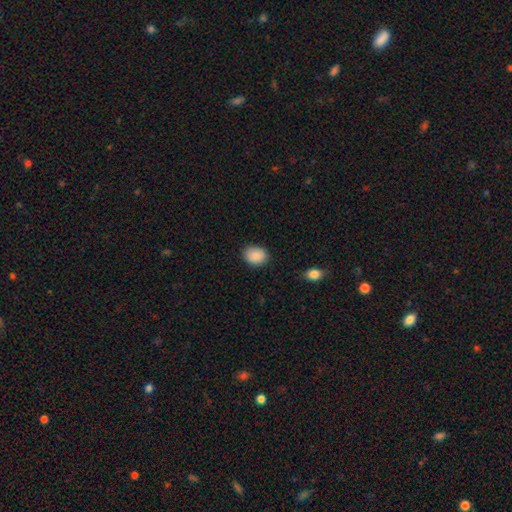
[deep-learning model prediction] A smooth galaxy with no disk features (89%) that is in between round and cigar-shaped (58%).

Vote fractions:
- Smooth or featured? smooth: 89% / star or artifact: 8% / featured or disk: 4%
- How rounded? in between: 58% / round: 42% / cigar-shaped: 1%
- Merging? none: 84% / minor disturbance: 12% / major disturbance: 3% / merger: 1%